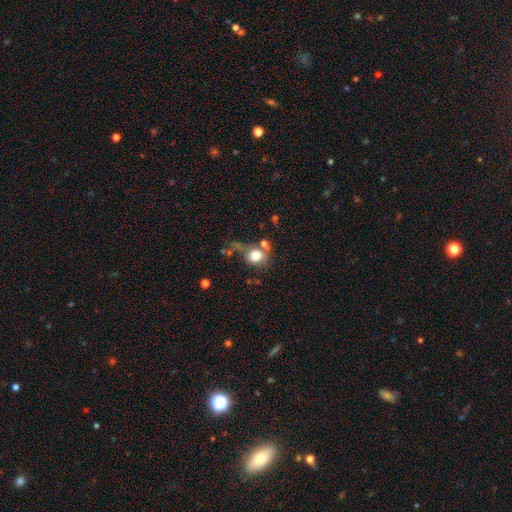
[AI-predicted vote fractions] A smooth galaxy with no disk features (76%) that is round (74%).

Vote fractions:
- Smooth or featured? smooth: 76% / featured or disk: 13% / star or artifact: 11%
- How rounded? round: 74% / in between: 25% / cigar-shaped: 1%
- Merging? none: 45% / minor disturbance: 20% / merger: 19% / major disturbance: 16%